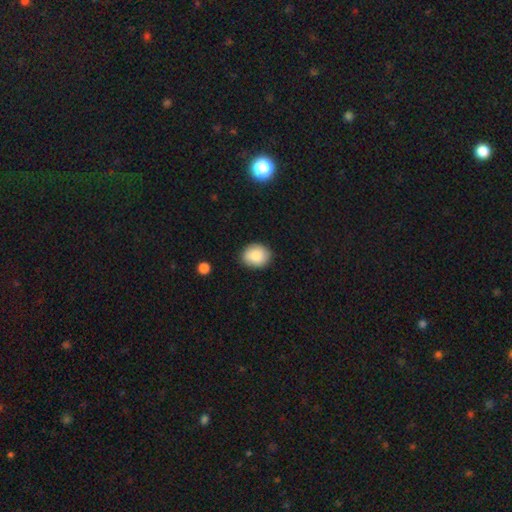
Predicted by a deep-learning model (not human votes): smooth-or-featured: smooth: 87% | star or artifact: 8% | featured or disk: 6%
  how-rounded: round: 50% | in between: 49% | cigar-shaped: 1%
  merging: none: 84% | minor disturbance: 12% | major disturbance: 2% | merger: 1%